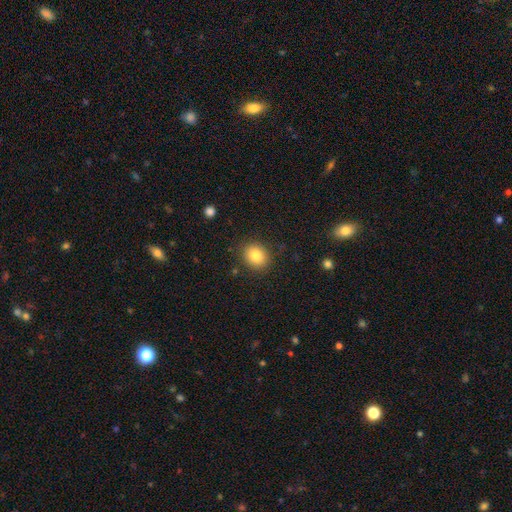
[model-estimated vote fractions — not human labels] smooth_or_featured: smooth (p=0.82) [alt: star or artifact p=0.10]
how_rounded: round (p=0.66) [alt: in between p=0.33]
merging: none (p=0.87) [alt: minor disturbance p=0.09]